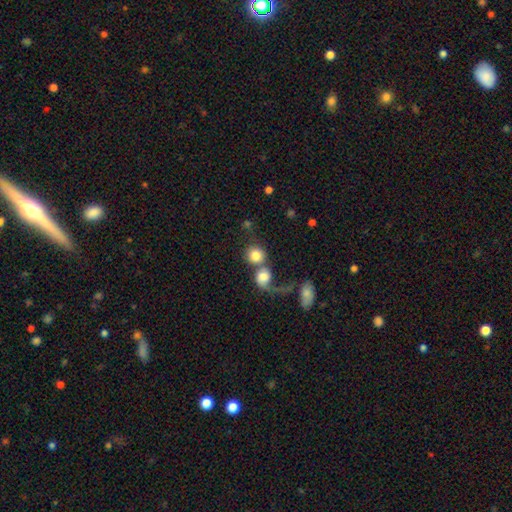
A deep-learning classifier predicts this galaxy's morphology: smooth 78%, featured or disk 14%, star or artifact 8%. Down the decision tree: how rounded — round (83%); merging — merger (58%).